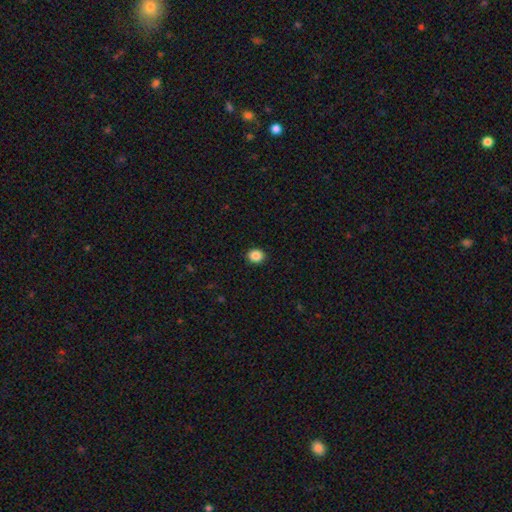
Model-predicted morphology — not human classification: smooth_or_featured: smooth (p=0.87) [alt: star or artifact p=0.10]
how_rounded: round (p=0.77) [alt: in between p=0.22]
merging: none (p=0.92) [alt: minor disturbance p=0.05]